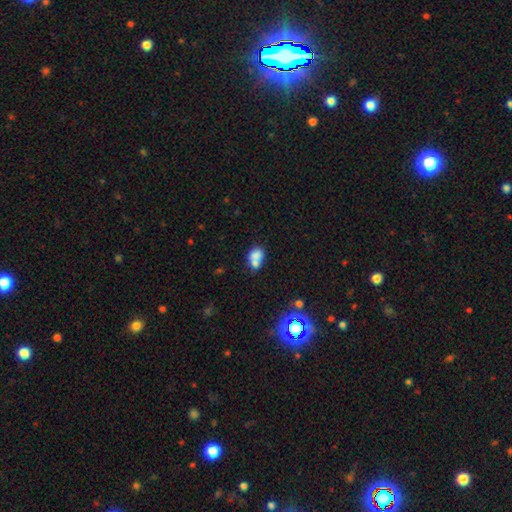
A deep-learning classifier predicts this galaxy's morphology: Smooth or featured? smooth (72%)
How rounded? in between (55%)
Merging? merger (56%)